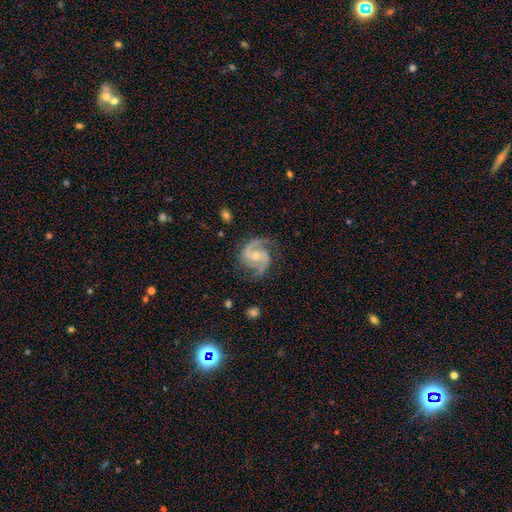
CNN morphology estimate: This appears to be a featured or disk galaxy (91%) with no bar (49%), 2 (88%) medium (58%) spiral arms (98%) and a moderate central bulge (50%). Merging: none (75%).